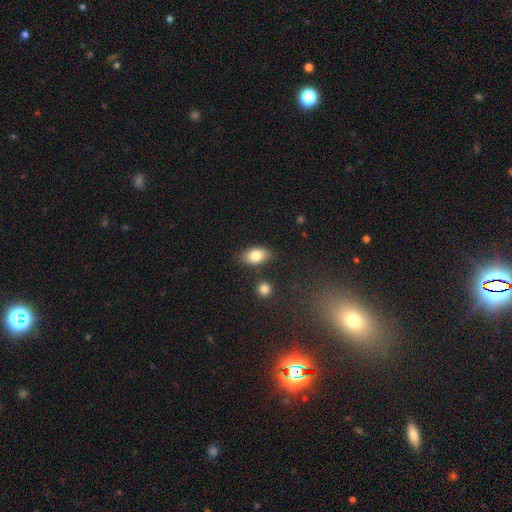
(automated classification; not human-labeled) Smooth or featured? Predicted: smooth (p=0.82). How rounded? Predicted: in between (p=0.89). Merging? Predicted: none (p=0.82).